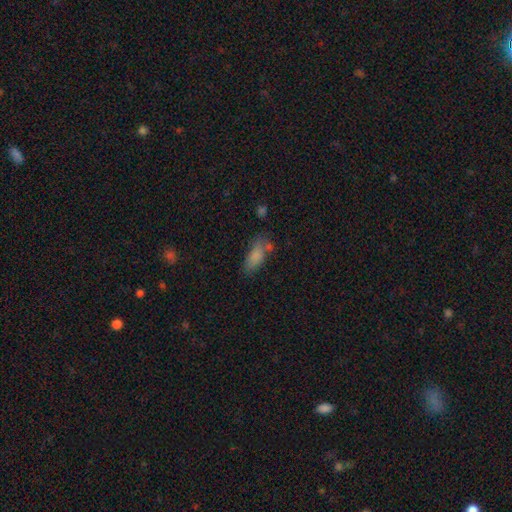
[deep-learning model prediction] Overall: smooth (82%). How rounded: in between (78%). Merging: none (56%; minor disturbance 23%).